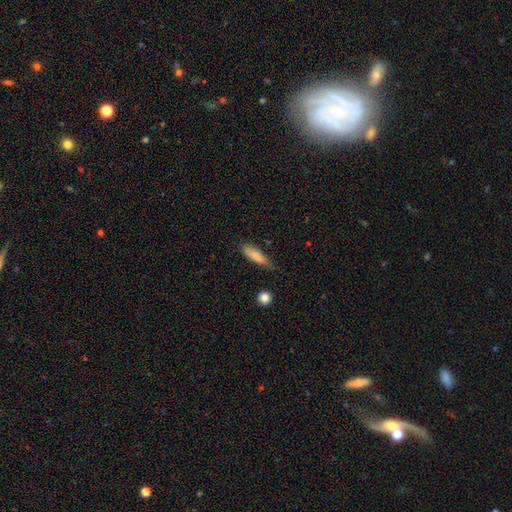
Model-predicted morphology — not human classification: This is clearly a smooth galaxy (81%). How rounded: likely cigar-shaped (67%). Merging: likely none (68%).